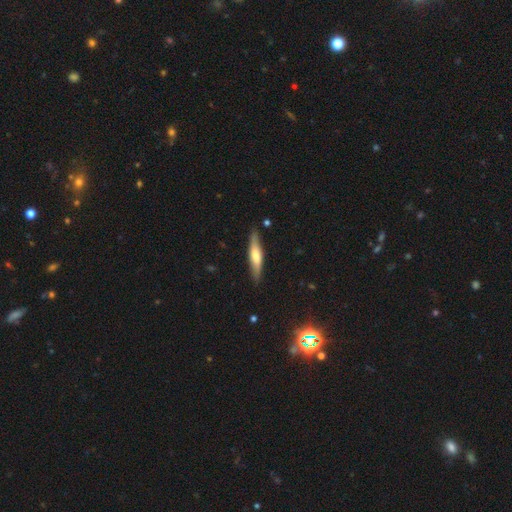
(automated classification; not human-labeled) This appears to be a smooth galaxy with no disk features (50%) that is cigar-shaped (82%). Merging: none (85%).